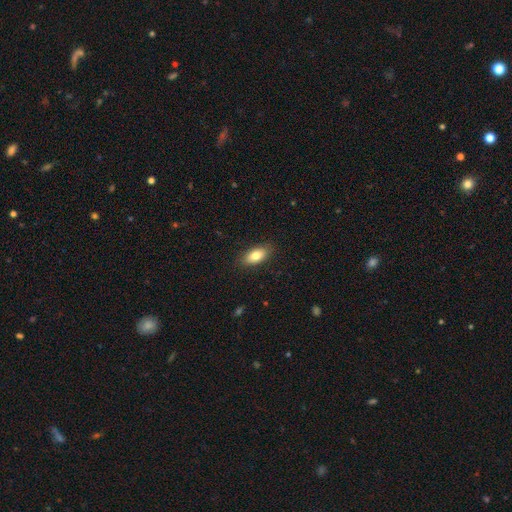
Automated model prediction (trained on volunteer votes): A smooth galaxy with no disk features (81%) that is in between round and cigar-shaped (88%). Merging: none (87%).